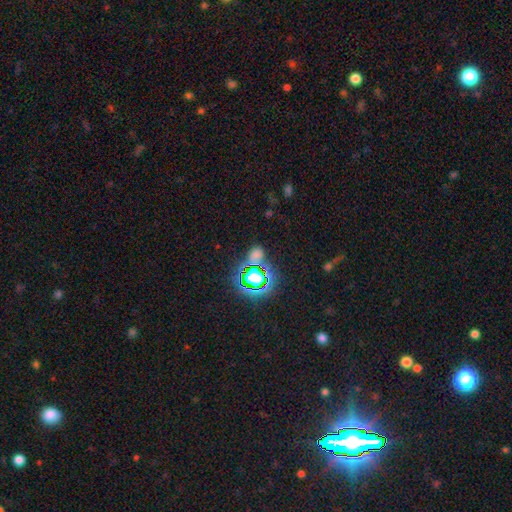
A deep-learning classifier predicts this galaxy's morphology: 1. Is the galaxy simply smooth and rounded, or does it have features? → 54% star or artifact, 38% smooth, 8% featured or disk.